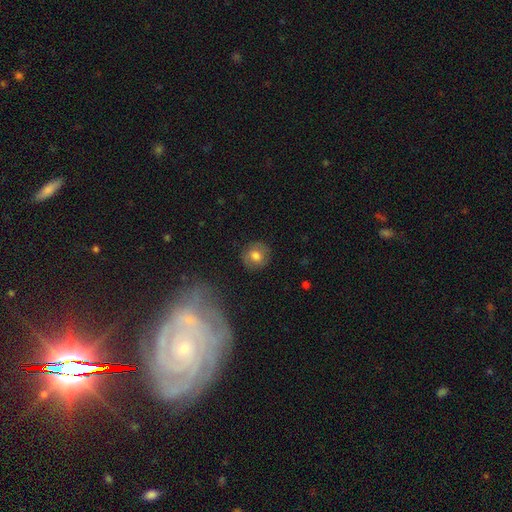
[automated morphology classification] Smooth or featured?
  - smooth: 70% *
  - featured or disk: 21%
  - star or artifact: 9%
How rounded?
  - round: 85% *
  - in between: 14%
  - cigar-shaped: 1%
Merging?
  - none: 84% *
  - minor disturbance: 11%
  - major disturbance: 3%
  - merger: 1%